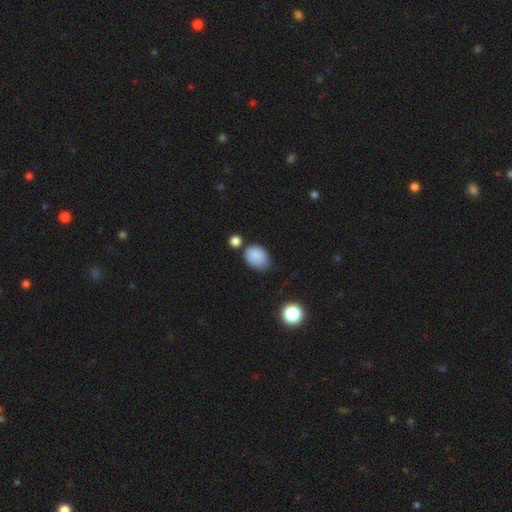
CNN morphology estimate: Smooth or featured? smooth (86%)
How rounded? in between (73%)
Merging? none (56%)